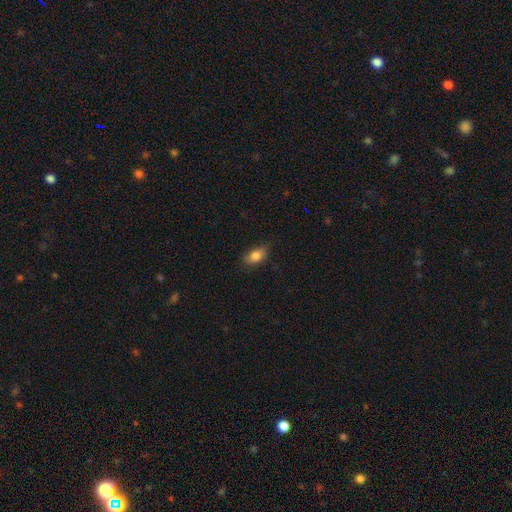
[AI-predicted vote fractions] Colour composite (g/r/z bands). It shows a smooth galaxy with no disk features (83%) that is in between round and cigar-shaped (86%). Merging: none (76%).